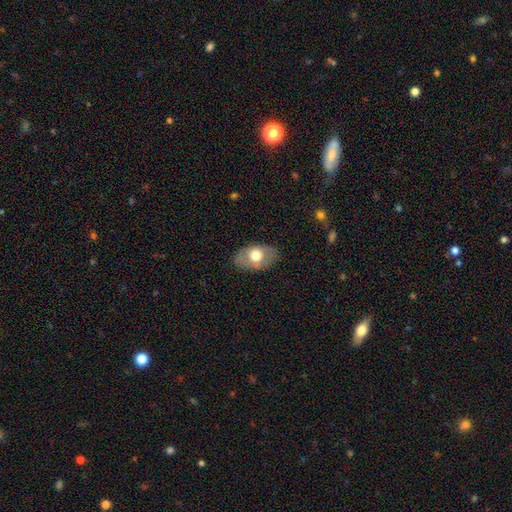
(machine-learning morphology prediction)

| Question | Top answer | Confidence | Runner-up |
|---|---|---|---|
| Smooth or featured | smooth | 63% | featured or disk (31%) |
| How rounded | in between | 89% | round (10%) |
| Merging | none | 83% | minor disturbance (13%) |